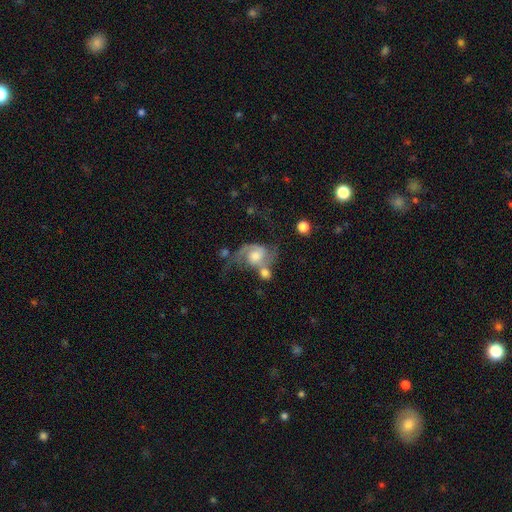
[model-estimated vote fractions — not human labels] Smooth or featured? featured or disk (79%)
Edge-on disk? no (98%)
Bar? no (63%)
Spiral arms? yes (94%)
Spiral winding? medium (46%)
Spiral arm count? 2 (85%)
Bulge size? moderate (49%)
Merging? none (36%)